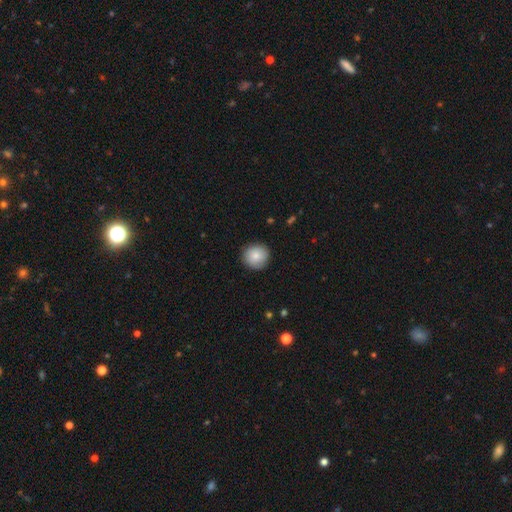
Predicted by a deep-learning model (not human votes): Smooth or featured? smooth (85%)
How rounded? round (92%)
Merging? none (89%)